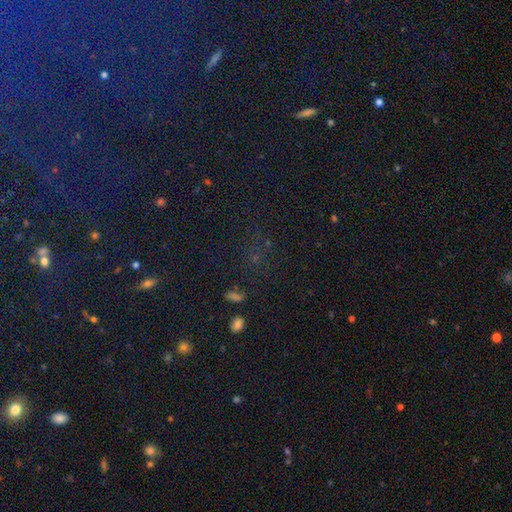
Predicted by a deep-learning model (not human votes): Morphology: type=star or artifact (68%).